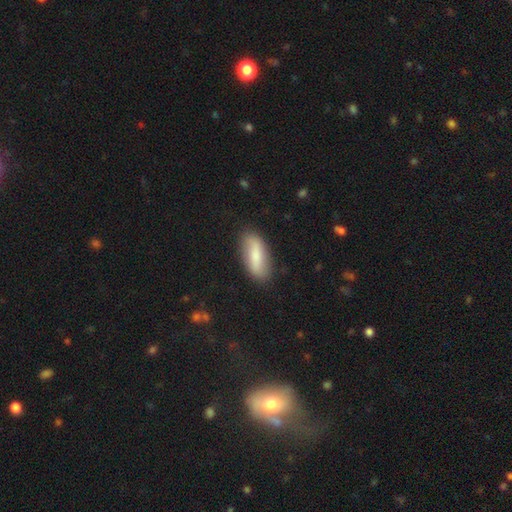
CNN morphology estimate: smooth 70%, featured or disk 24%, star or artifact 6%. Down the decision tree: how rounded — in between (75%); merging — none (82%).